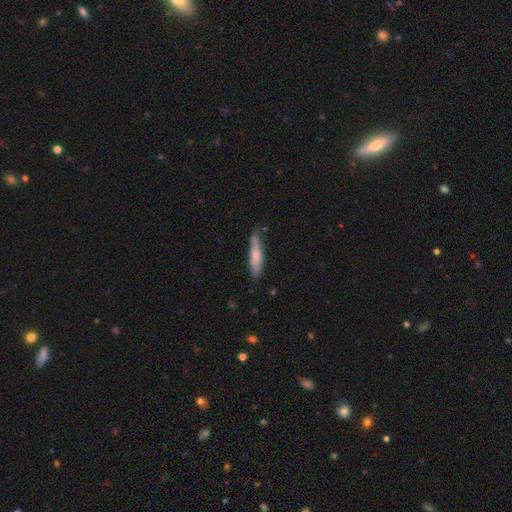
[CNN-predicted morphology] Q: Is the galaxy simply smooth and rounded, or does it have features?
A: smooth — 66%.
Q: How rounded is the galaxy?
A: cigar-shaped — 81%.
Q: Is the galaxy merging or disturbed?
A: none — 72%.